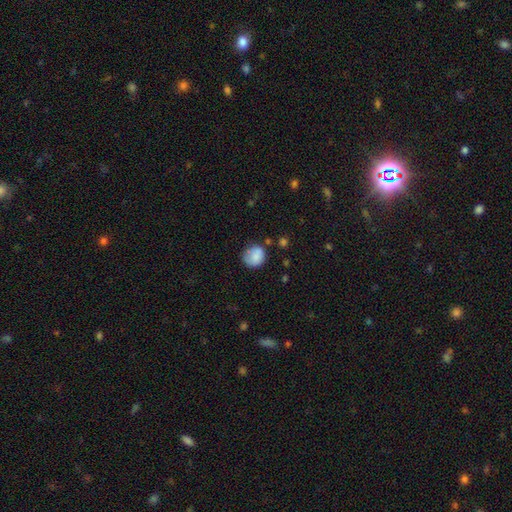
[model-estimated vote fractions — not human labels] Smooth or featured? smooth (83%)
How rounded? round (76%)
Merging? none (61%)